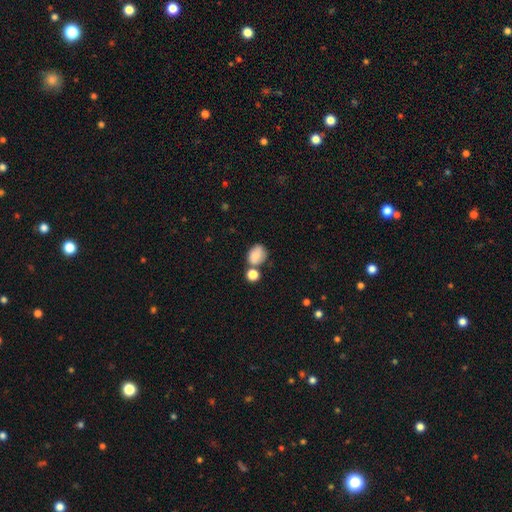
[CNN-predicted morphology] This appears to be a smooth galaxy with no disk features (81%) that is in between round and cigar-shaped (59%). Merging: none (50%).